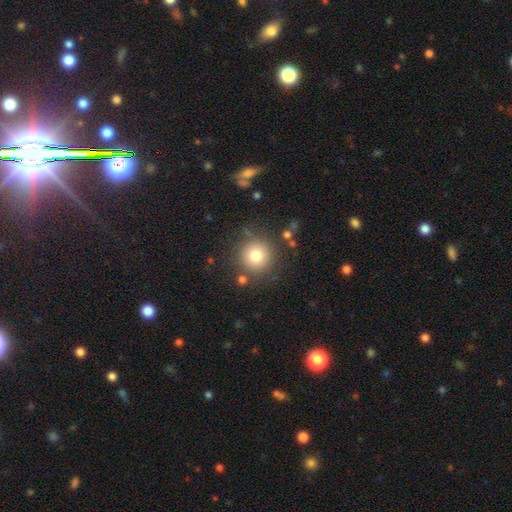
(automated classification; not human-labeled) The model was most divided on "smooth or featured": smooth: 79%, star or artifact: 12%, featured or disk: 9%. More confident: how rounded — round (94%); merging — none (82%).